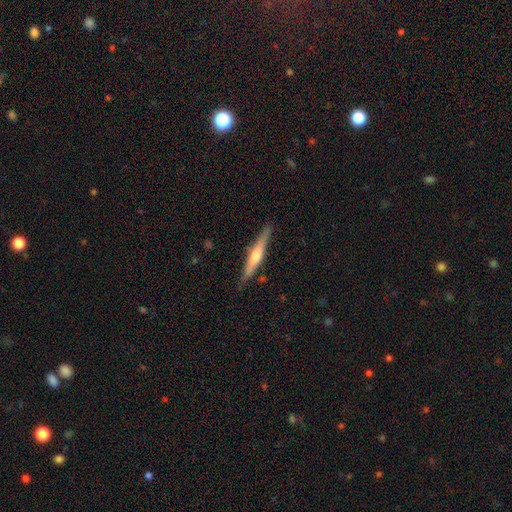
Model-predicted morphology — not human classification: This is likely a featured or disk galaxy (63%). It is clearly viewed edge-on (96%). Edge-on bulge: likely rounded (79%). Merging: clearly none (85%).